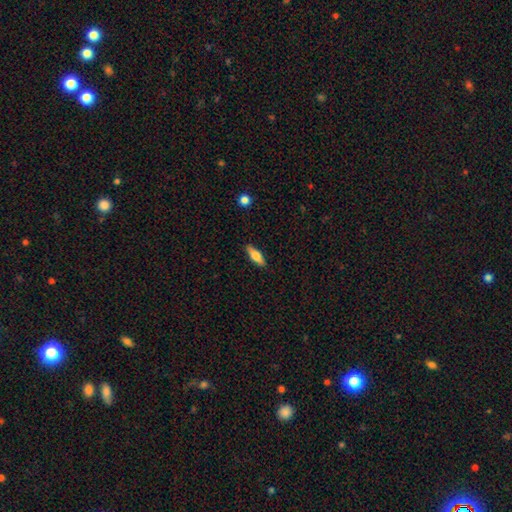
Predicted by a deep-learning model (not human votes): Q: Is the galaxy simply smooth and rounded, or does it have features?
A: smooth — 63%.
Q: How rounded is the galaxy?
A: in between — 52%.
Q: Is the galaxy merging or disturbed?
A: none — 89%.